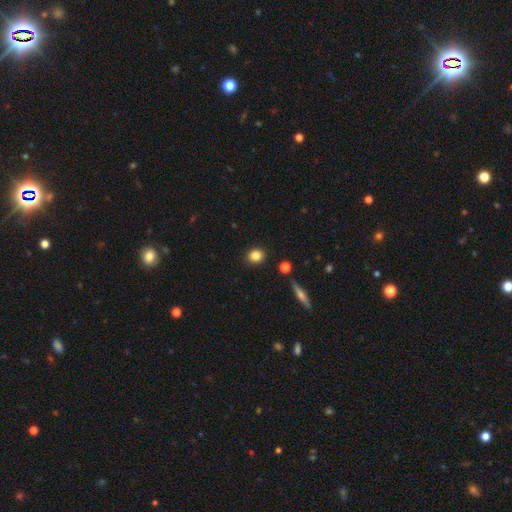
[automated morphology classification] Smooth or featured? smooth (83%)
How rounded? round (75%)
Merging? none (89%)